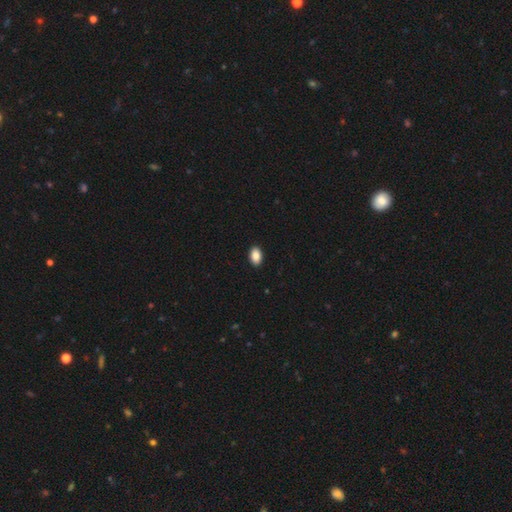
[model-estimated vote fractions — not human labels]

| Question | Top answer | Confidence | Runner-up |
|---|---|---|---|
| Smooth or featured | smooth | 87% | star or artifact (8%) |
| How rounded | in between | 89% | round (10%) |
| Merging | none | 92% | minor disturbance (6%) |